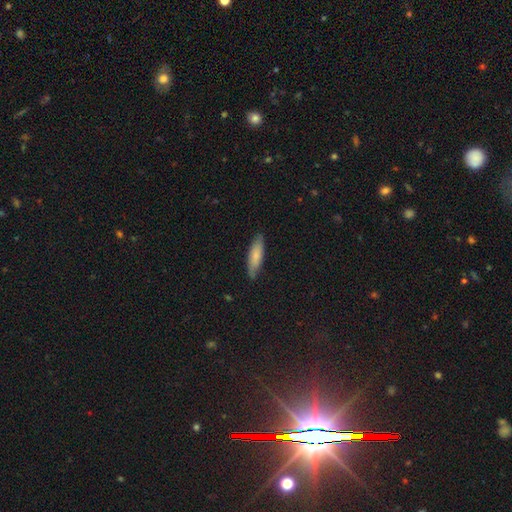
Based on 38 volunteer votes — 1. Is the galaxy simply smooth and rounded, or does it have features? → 84% smooth, 13% featured or disk, 3% star or artifact.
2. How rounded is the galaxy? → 88% cigar-shaped, 12% in between, 0% round.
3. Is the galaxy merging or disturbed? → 81% none, 11% minor disturbance, 8% major disturbance, 0% merger.